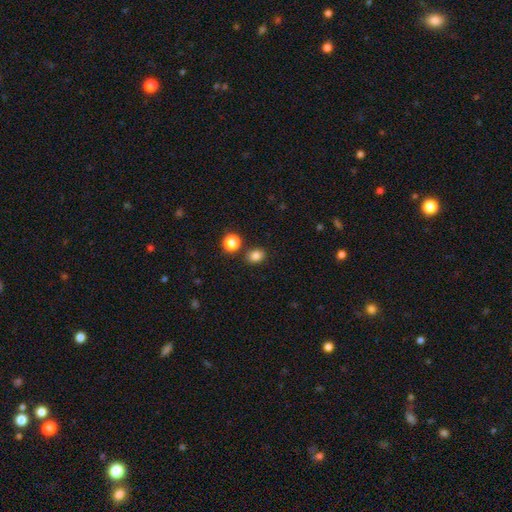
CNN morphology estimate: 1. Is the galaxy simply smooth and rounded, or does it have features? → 83% smooth, 12% star or artifact, 5% featured or disk.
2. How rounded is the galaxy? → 50% in between, 49% round, 1% cigar-shaped.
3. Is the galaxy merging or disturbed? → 81% none, 9% minor disturbance, 8% merger, 3% major disturbance.